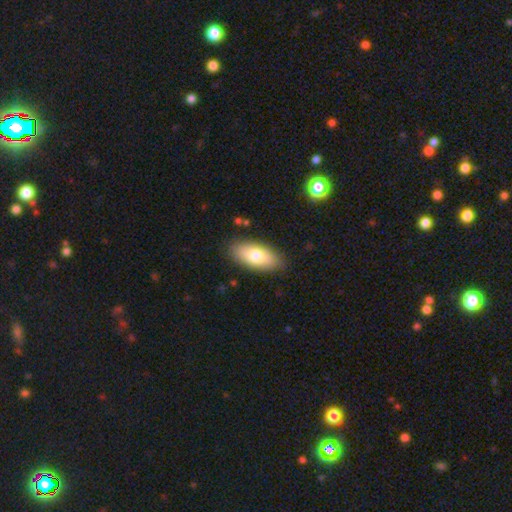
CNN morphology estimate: type=smooth (75%); roundness=in between (89%); merging=none (86%).